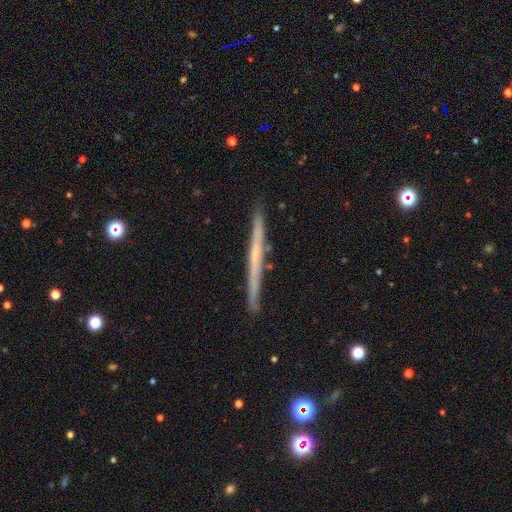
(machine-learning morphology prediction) Q: Smooth or featured?
A: featured or disk (62%); runner-up: smooth (32%)
Q: Edge-on disk?
A: yes (98%); runner-up: no (2%)
Q: Edge-on bulge?
A: none (76%); runner-up: rounded (19%)
Q: Merging?
A: none (90%); runner-up: minor disturbance (7%)